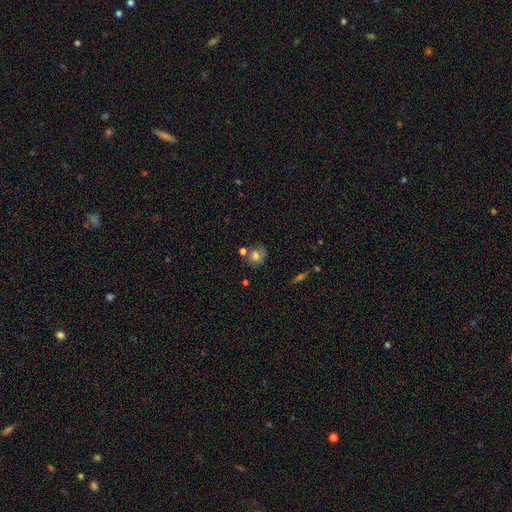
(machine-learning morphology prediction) Smooth or featured: smooth — 70% (featured or disk — 18%)
How rounded: round — 65% (in between — 34%)
Merging: none — 51% (minor disturbance — 22%)